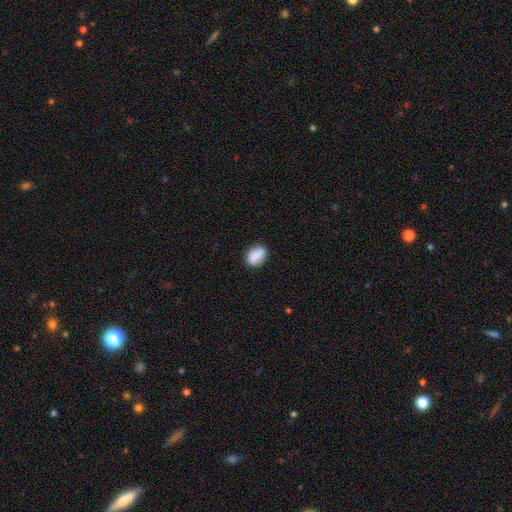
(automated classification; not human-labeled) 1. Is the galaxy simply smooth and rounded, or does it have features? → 83% smooth, 10% featured or disk, 8% star or artifact.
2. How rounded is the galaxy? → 75% in between, 23% round, 2% cigar-shaped.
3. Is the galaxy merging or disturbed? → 76% none, 17% minor disturbance, 4% major disturbance, 4% merger.